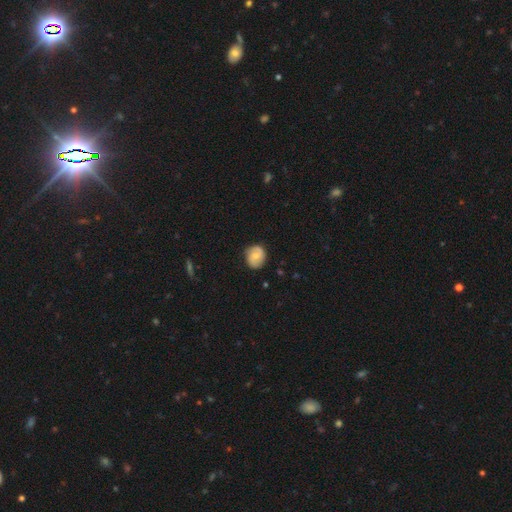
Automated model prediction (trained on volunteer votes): Overall: featured or disk (48%; smooth 45%). Merging: none (80%).